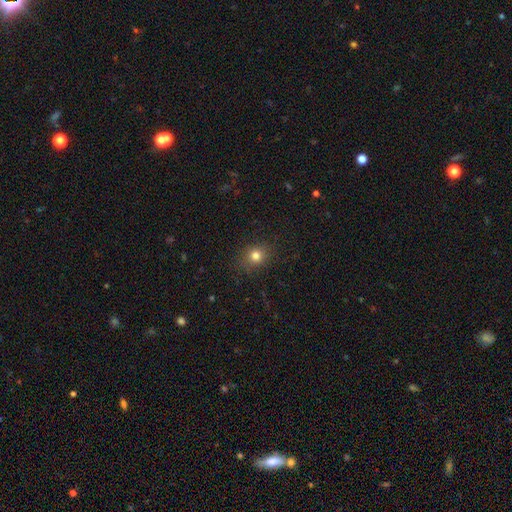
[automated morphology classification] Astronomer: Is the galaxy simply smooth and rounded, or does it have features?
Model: smooth — 79%.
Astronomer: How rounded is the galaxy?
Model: round — 76%.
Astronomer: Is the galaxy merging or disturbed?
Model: none — 87%.